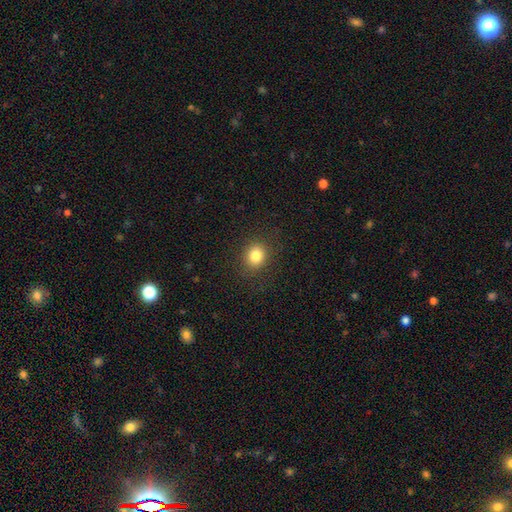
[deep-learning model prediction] smooth-or-featured: smooth: 82% | star or artifact: 12% | featured or disk: 6%
  how-rounded: round: 75% | in between: 24% | cigar-shaped: 1%
  merging: none: 88% | minor disturbance: 8% | major disturbance: 3% | merger: 1%